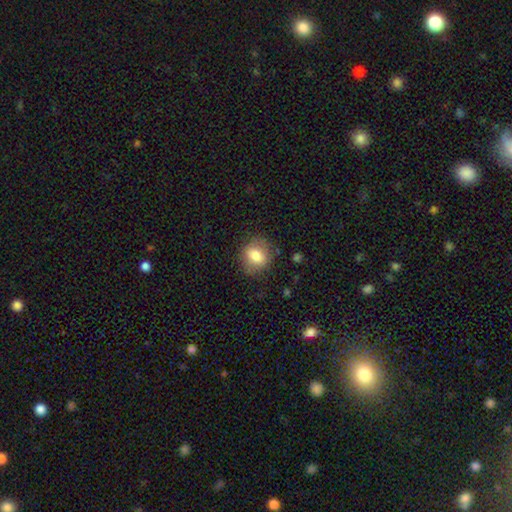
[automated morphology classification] smooth-or-featured: smooth: 77% | featured or disk: 14% | star or artifact: 8%
  how-rounded: round: 62% | in between: 37% | cigar-shaped: 1%
  merging: none: 79% | minor disturbance: 15% | major disturbance: 5% | merger: 1%